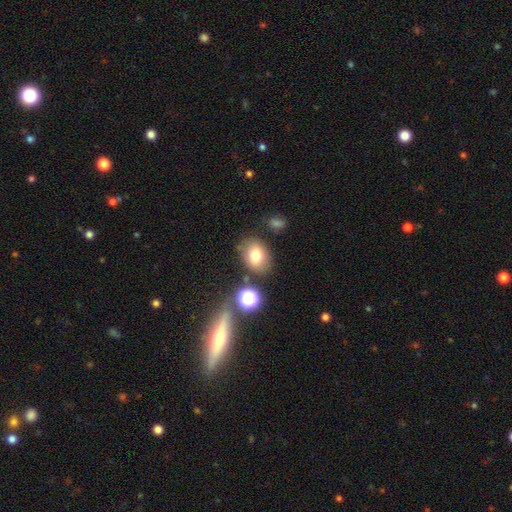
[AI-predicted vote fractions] smooth 76%, featured or disk 12%, star or artifact 12%. Down the decision tree: how rounded — in between (66%); merging — none (75%).